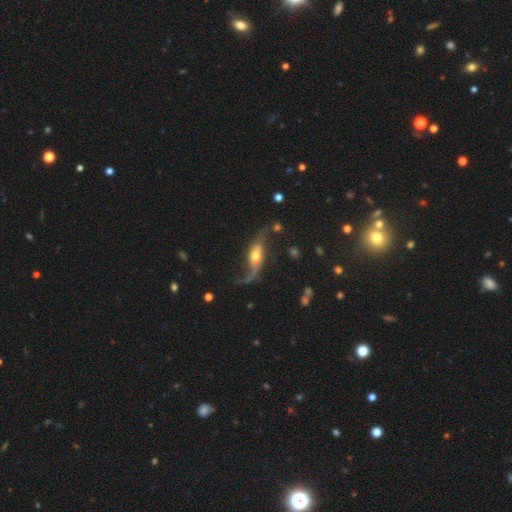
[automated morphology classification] A featured or disk galaxy (78%) with no bar (51%), 2 (85%) loose (87%) spiral arms (92%) and a moderate central bulge (64%). Merging: none (53%).